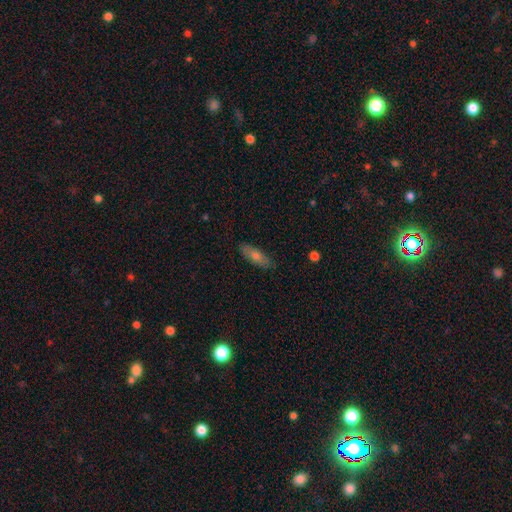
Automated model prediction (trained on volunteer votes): smooth_or_featured: smooth (p=0.61) [alt: featured or disk p=0.31]
how_rounded: in between (p=0.55) [alt: cigar-shaped p=0.42]
merging: none (p=0.86) [alt: minor disturbance p=0.11]